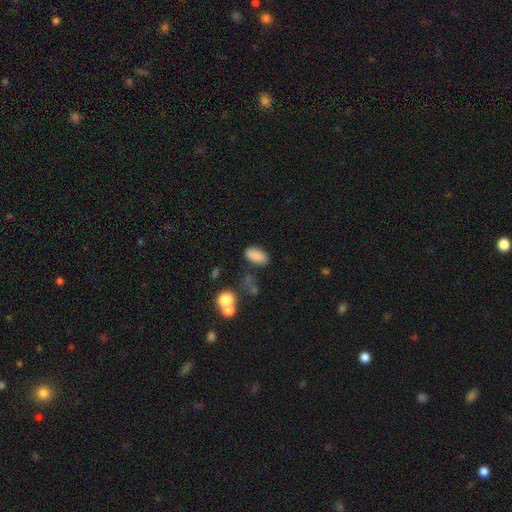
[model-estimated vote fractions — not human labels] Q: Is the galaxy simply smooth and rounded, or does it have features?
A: smooth — 84%.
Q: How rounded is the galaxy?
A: in between — 92%.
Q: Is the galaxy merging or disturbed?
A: none — 76%.